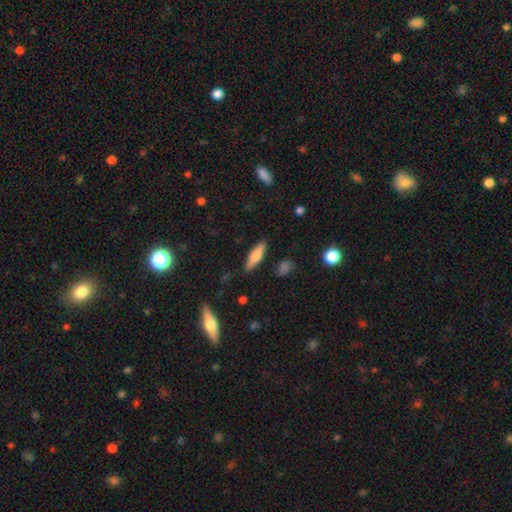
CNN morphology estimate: Overall: smooth (63%; featured or disk 30%). How rounded: cigar-shaped (59%; in between 39%). Merging: none (86%).